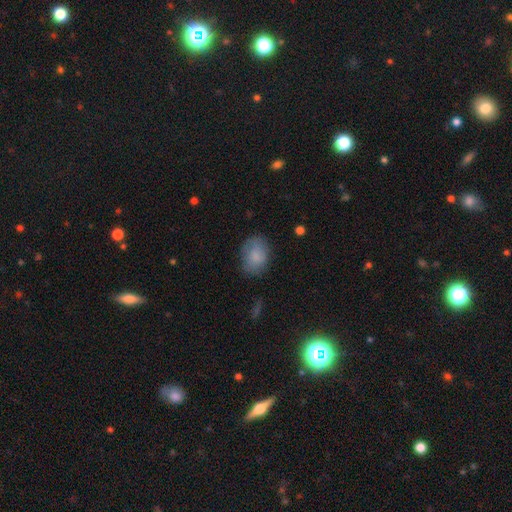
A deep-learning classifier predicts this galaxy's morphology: This appears to be a smooth galaxy with no disk features (81%) that is in between round and cigar-shaped (71%). Merging: none (71%).